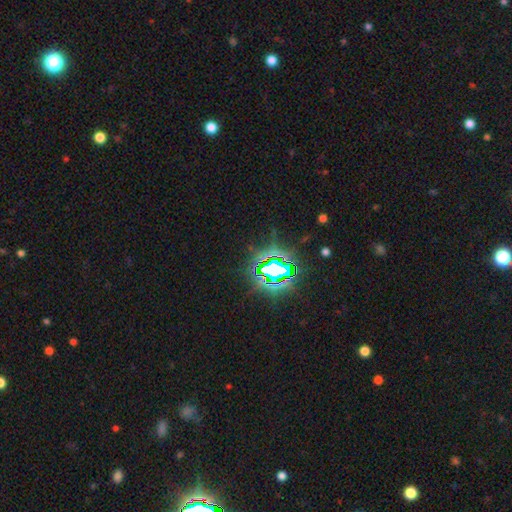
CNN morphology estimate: Smooth or featured? Predicted: star or artifact (p=0.84).